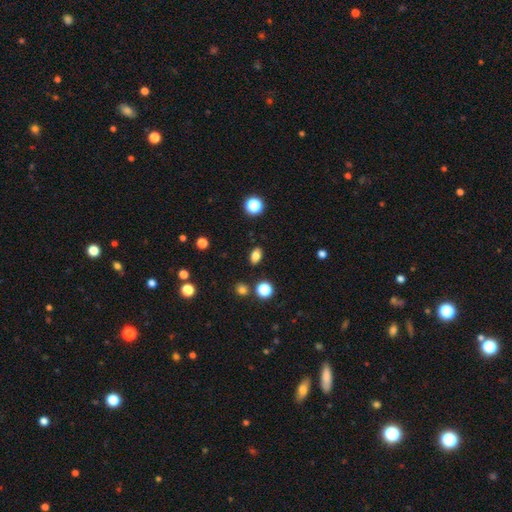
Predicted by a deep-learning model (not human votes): Smooth or featured? smooth (82%)
How rounded? in between (84%)
Merging? none (87%)